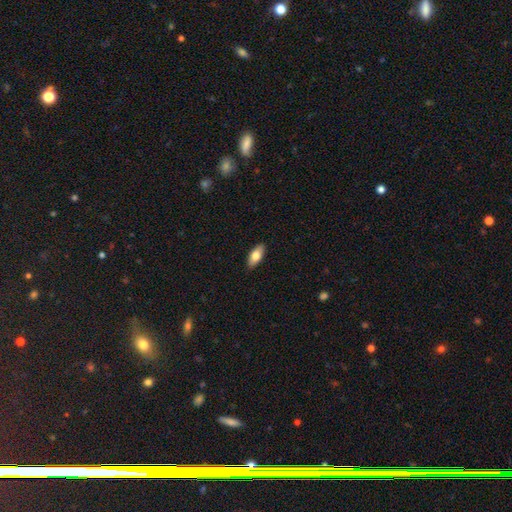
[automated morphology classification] A smooth galaxy with no disk features (74%) that is in between round and cigar-shaped (86%). Merging: none (89%).